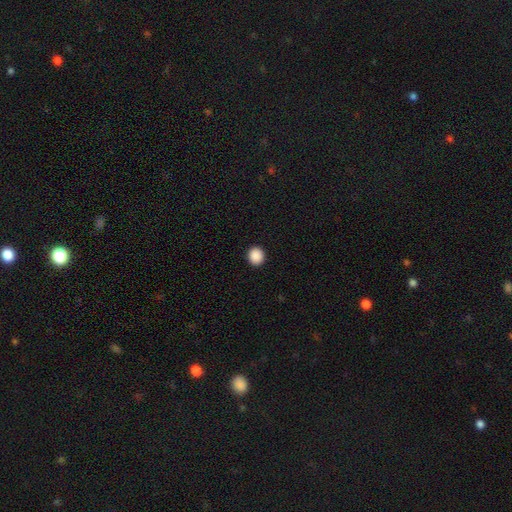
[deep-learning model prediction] smooth_or_featured: smooth (p=0.90) [alt: star or artifact p=0.08]
how_rounded: round (p=0.85) [alt: in between p=0.14]
merging: none (p=0.93) [alt: minor disturbance p=0.05]